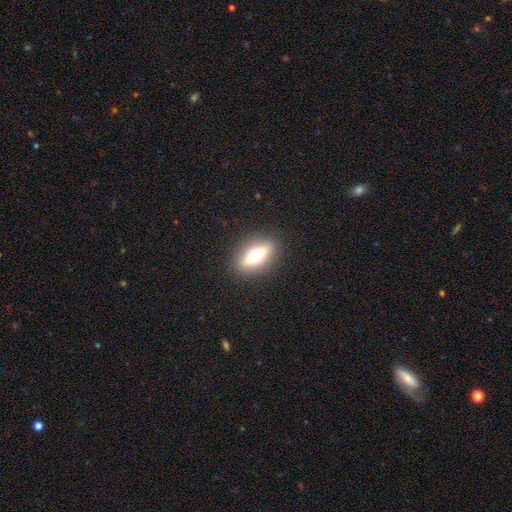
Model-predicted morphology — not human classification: type=featured or disk (46%); merging=none (89%).